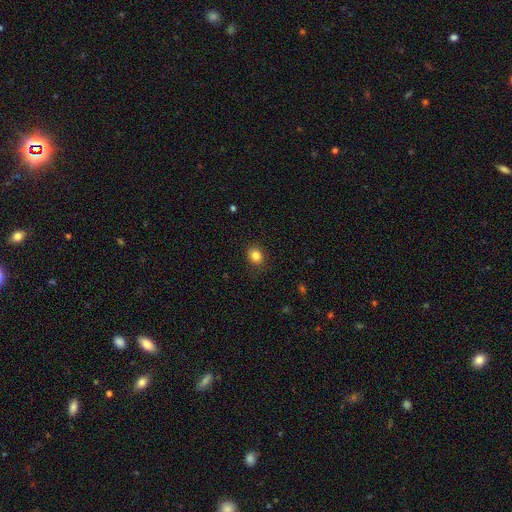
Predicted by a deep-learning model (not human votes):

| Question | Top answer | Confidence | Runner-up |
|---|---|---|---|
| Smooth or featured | smooth | 84% | star or artifact (11%) |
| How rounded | round | 66% | in between (33%) |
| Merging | none | 87% | minor disturbance (10%) |